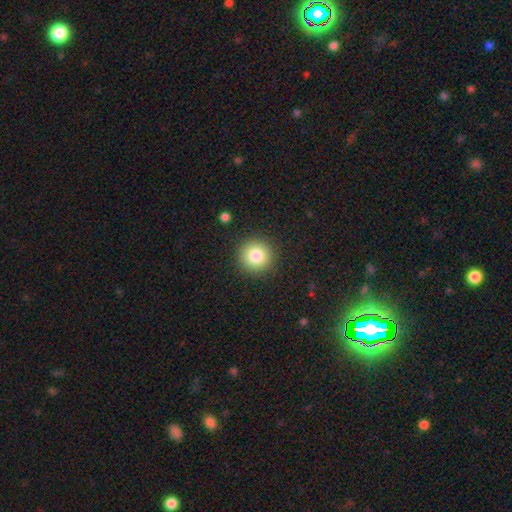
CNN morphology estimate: Smooth or featured?
  - smooth: 82% *
  - star or artifact: 10%
  - featured or disk: 7%
How rounded?
  - round: 95% *
  - in between: 4%
  - cigar-shaped: 1%
Merging?
  - none: 91% *
  - minor disturbance: 6%
  - major disturbance: 2%
  - merger: 1%